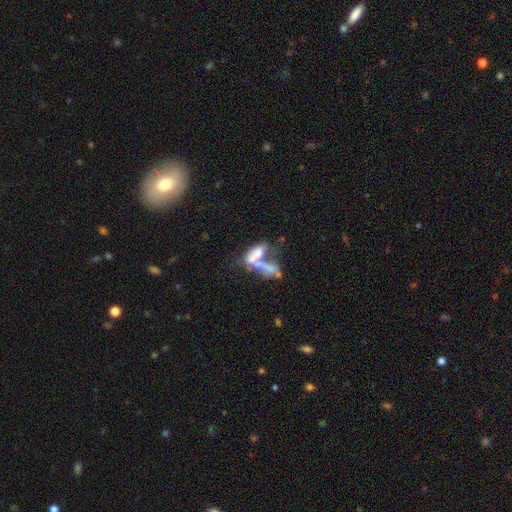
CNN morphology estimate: This appears to be a smooth galaxy with no disk features (48%). Merging: merger (66%).